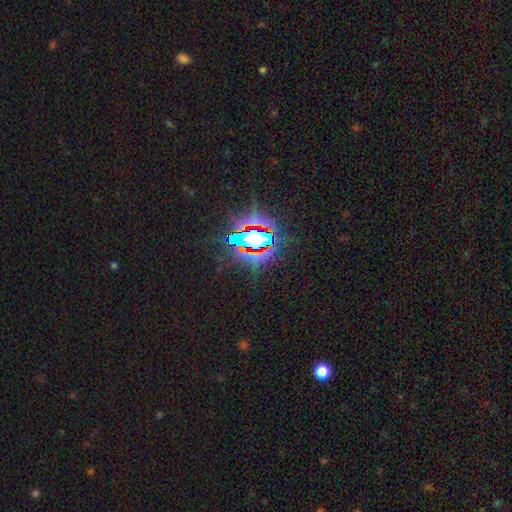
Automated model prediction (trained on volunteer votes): A star or artifact, not a galaxy (76%).